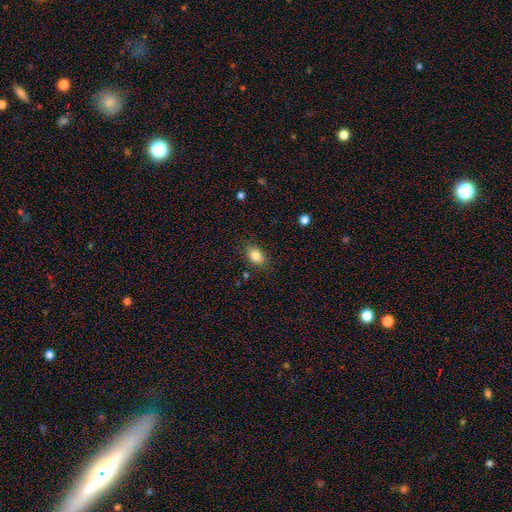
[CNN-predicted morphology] Q: Smooth or featured?
A: smooth (84%); runner-up: star or artifact (9%)
Q: How rounded?
A: in between (84%); runner-up: round (14%)
Q: Merging?
A: none (84%); runner-up: minor disturbance (12%)